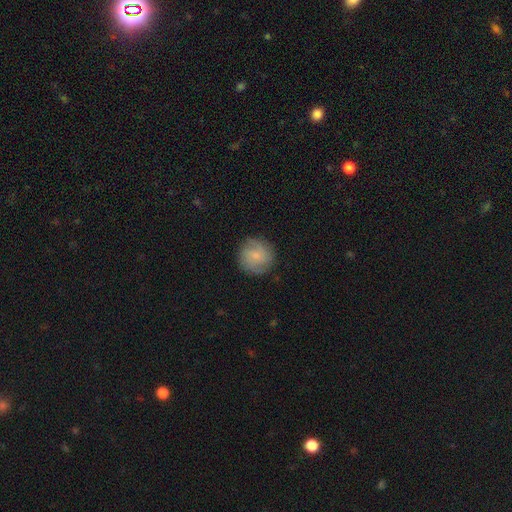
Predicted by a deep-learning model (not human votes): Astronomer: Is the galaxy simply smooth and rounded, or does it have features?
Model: smooth — 58% (runner-up: featured or disk, 35%).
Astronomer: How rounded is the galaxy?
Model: round — 92%.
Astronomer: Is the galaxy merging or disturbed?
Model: none — 83%.